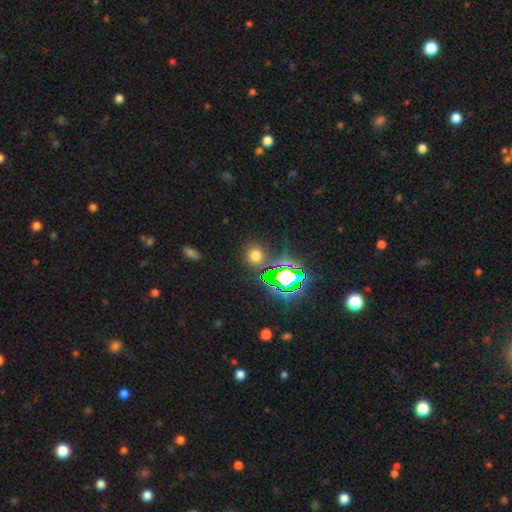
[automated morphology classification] Smooth or featured: smooth — 57% (star or artifact — 35%)
How rounded: round — 74% (in between — 25%)
Merging: none — 82% (minor disturbance — 10%)